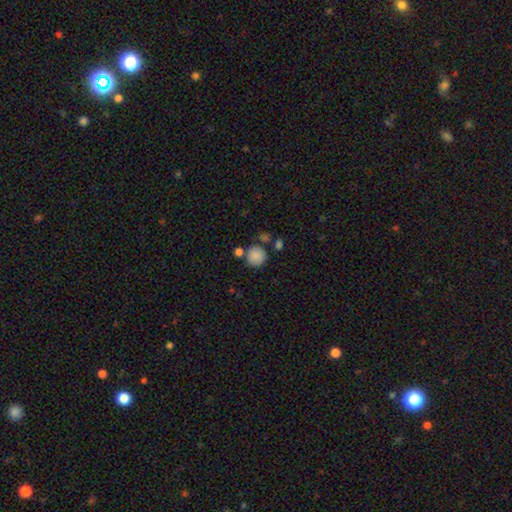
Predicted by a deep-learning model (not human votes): A smooth galaxy with no disk features (85%) that is round (90%).

Vote fractions:
- Smooth or featured? smooth: 85% / star or artifact: 9% / featured or disk: 6%
- How rounded? round: 90% / in between: 9% / cigar-shaped: 1%
- Merging? none: 70% / merger: 14% / minor disturbance: 12% / major disturbance: 4%